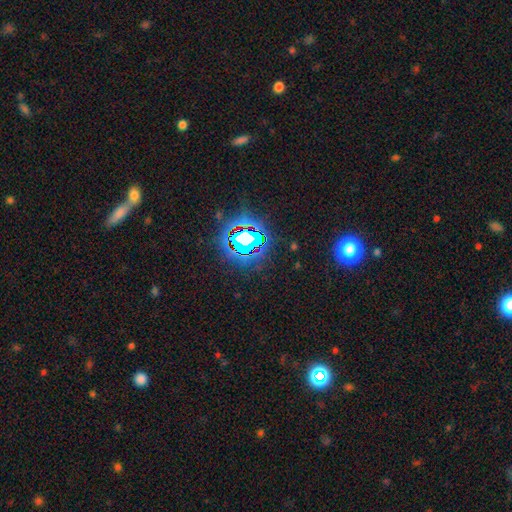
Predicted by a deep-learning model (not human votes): star or artifact 81%, smooth 12%, featured or disk 8%.